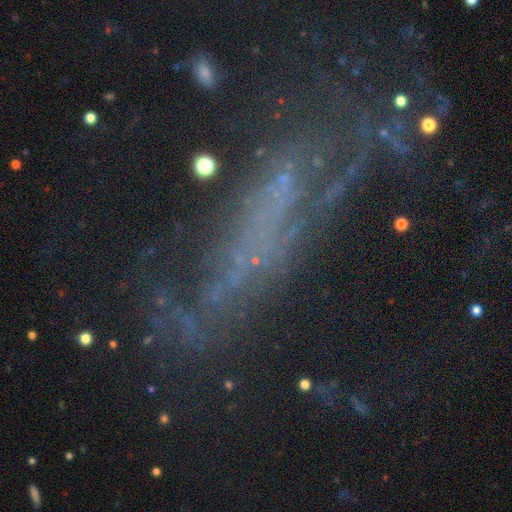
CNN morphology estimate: smooth-or-featured: featured or disk: 45% | star or artifact: 31% | smooth: 24%
  merging: none: 45% | major disturbance: 28% | minor disturbance: 20% | merger: 7%